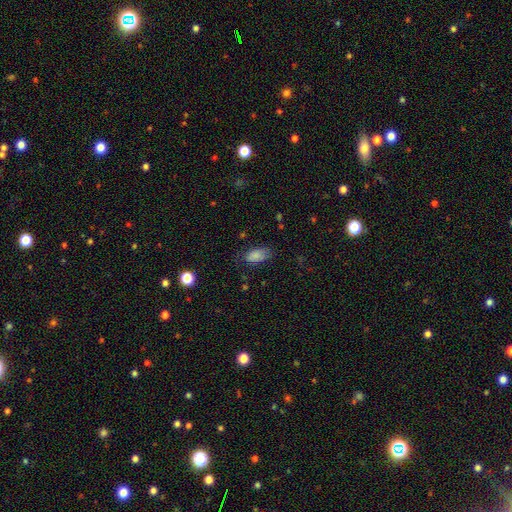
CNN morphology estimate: Smooth or featured? Predicted: smooth (p=0.81). How rounded? Predicted: in between (p=0.92). Merging? Predicted: none (p=0.64).